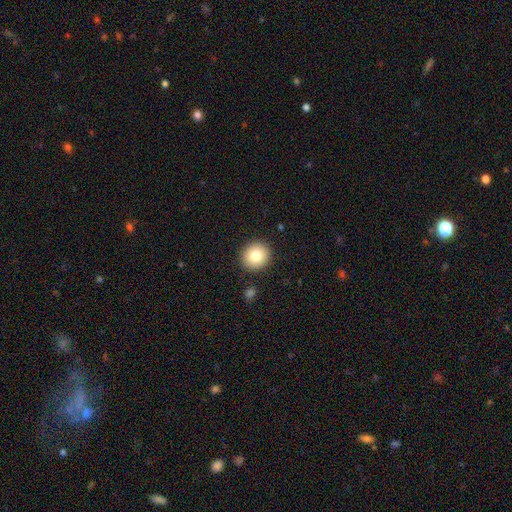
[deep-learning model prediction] Smooth or featured? Predicted: smooth (p=0.80). How rounded? Predicted: round (p=0.92). Merging? Predicted: none (p=0.90).